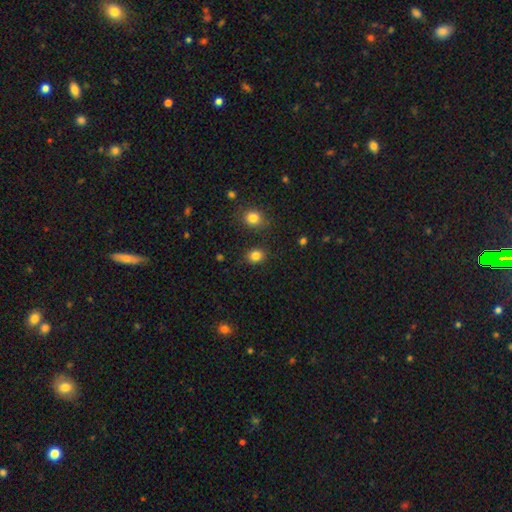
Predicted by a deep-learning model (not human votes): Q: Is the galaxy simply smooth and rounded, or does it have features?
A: smooth — 84%.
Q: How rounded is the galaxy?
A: round — 69%.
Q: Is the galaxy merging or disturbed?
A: none — 87%.